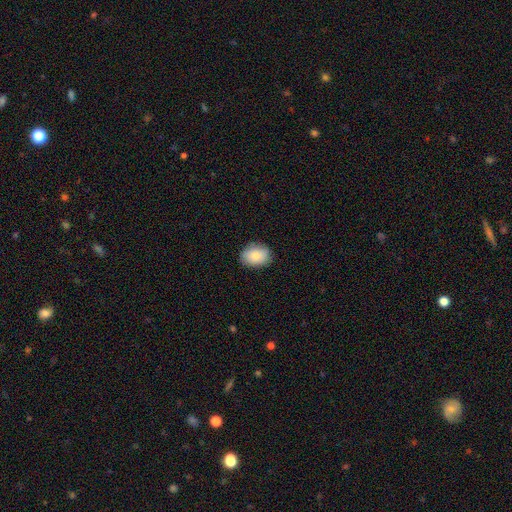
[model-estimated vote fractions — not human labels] smooth_or_featured: smooth (p=0.84) [alt: featured or disk p=0.09]
how_rounded: in between (p=0.71) [alt: round p=0.28]
merging: none (p=0.84) [alt: minor disturbance p=0.12]